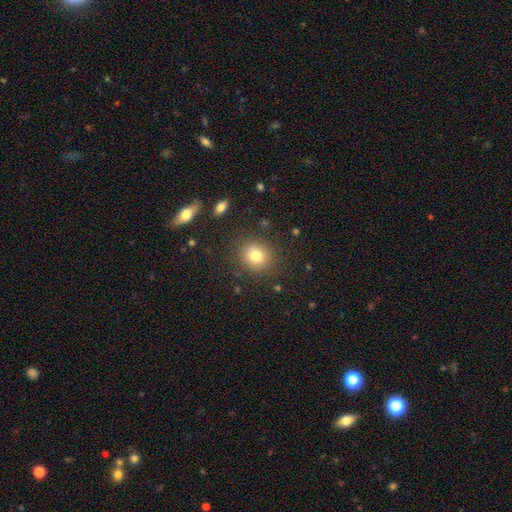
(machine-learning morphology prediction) smooth 79%, star or artifact 12%, featured or disk 9%. Down the decision tree: how rounded — round (82%); merging — none (86%).